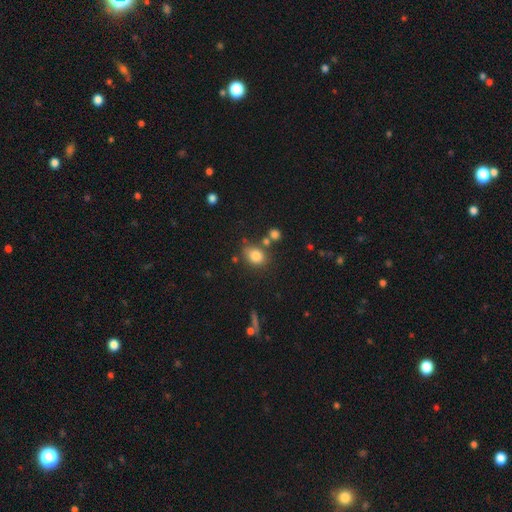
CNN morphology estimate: type=smooth (82%); roundness=in between (51%); merging=none (68%).